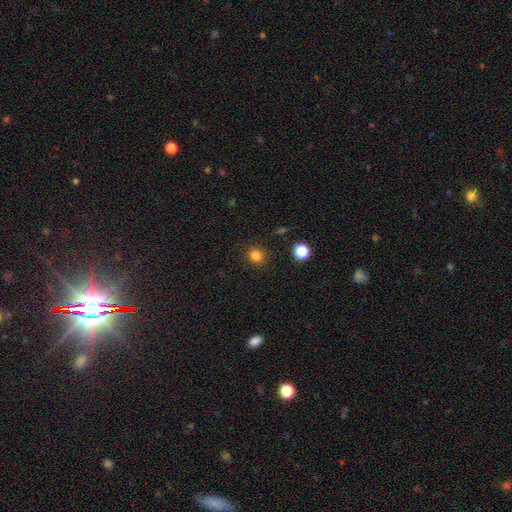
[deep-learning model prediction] Morphology: type=smooth (82%); roundness=round (84%); merging=none (89%).